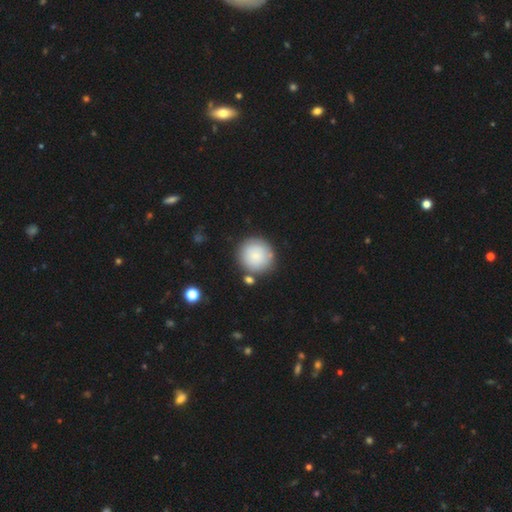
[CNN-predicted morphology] Smooth or featured: smooth — 84% (featured or disk — 9%)
How rounded: round — 94% (in between — 5%)
Merging: none — 78% (minor disturbance — 11%)